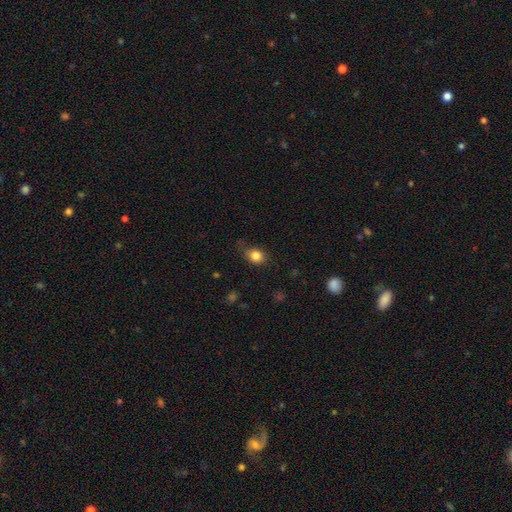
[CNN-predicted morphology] This is clearly a smooth galaxy (83%). How rounded: possibly round (56%). Merging: likely none (63%).